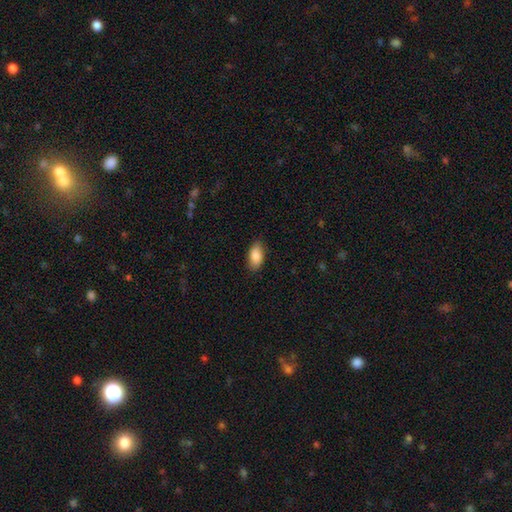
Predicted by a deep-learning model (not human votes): This is clearly a smooth galaxy (87%). How rounded: clearly in between (93%). Merging: clearly none (86%).